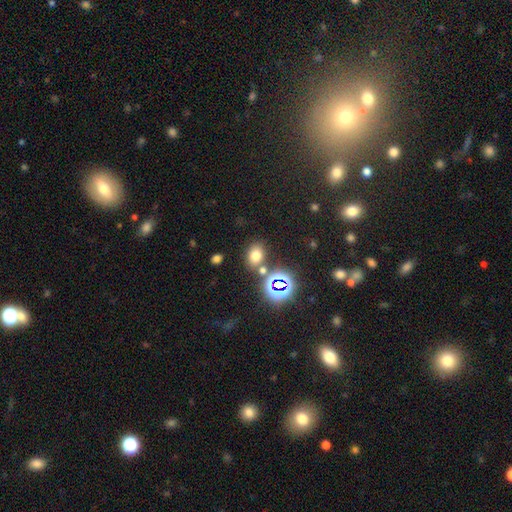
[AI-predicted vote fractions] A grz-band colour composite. It shows a smooth galaxy with no disk features (68%) that is in between round and cigar-shaped (62%). Merging: none (74%).